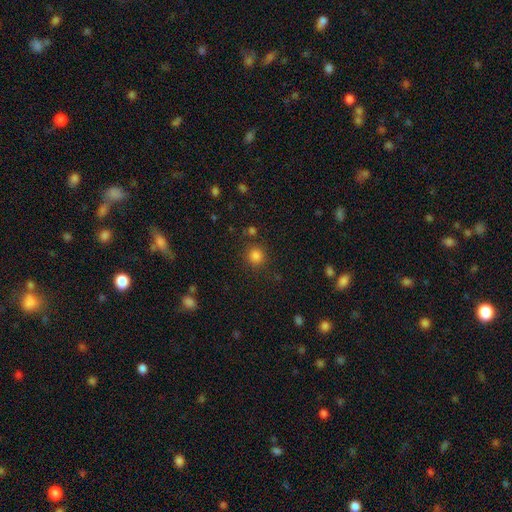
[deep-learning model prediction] Smooth or featured: smooth — 83% (star or artifact — 13%)
How rounded: round — 90% (in between — 9%)
Merging: none — 83% (minor disturbance — 9%)